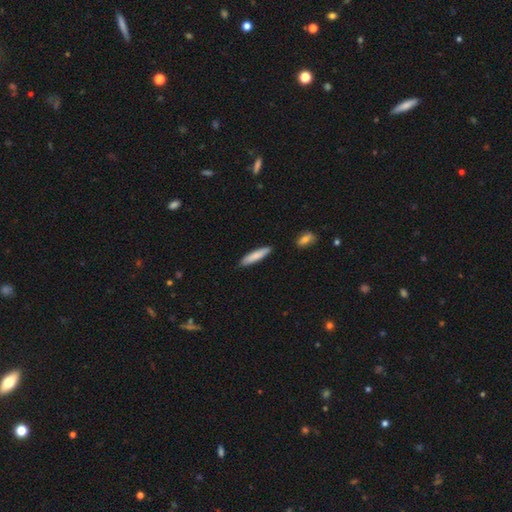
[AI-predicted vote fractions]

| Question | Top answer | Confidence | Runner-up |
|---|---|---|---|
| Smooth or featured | smooth | 81% | featured or disk (14%) |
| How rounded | cigar-shaped | 83% | in between (16%) |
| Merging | none | 86% | minor disturbance (10%) |